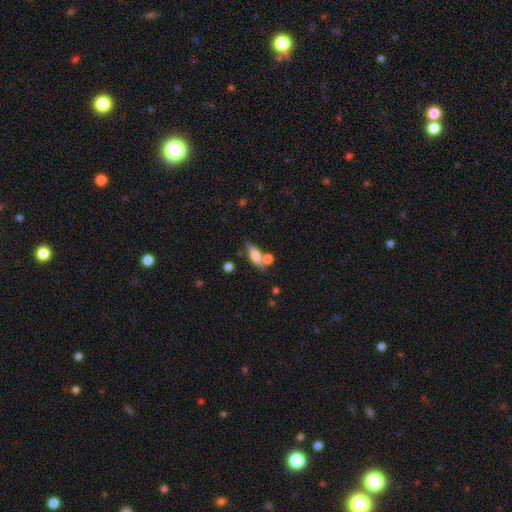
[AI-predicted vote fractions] Overall: smooth (57%; featured or disk 35%). How rounded: in between (51%; cigar-shaped 44%). Merging: none (62%).